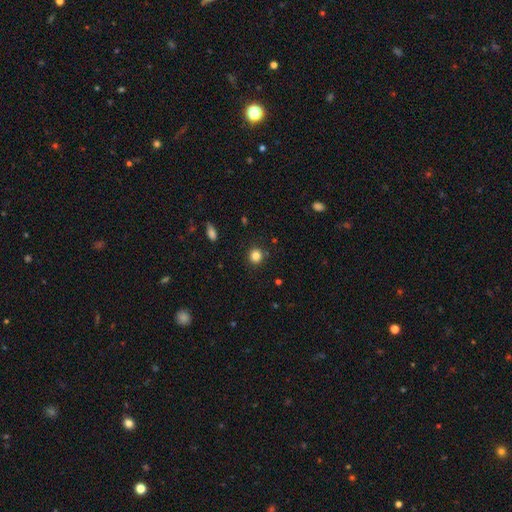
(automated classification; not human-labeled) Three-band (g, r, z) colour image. It shows a smooth galaxy with no disk features (84%) that is round (89%). Merging: none (89%).